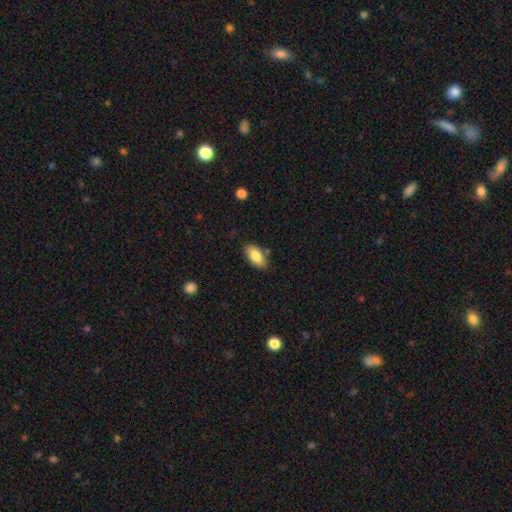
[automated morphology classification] A smooth galaxy with no disk features (83%) that is in between round and cigar-shaped (92%).

Vote fractions:
- Smooth or featured? smooth: 83% / featured or disk: 10% / star or artifact: 7%
- How rounded? in between: 92% / cigar-shaped: 5% / round: 3%
- Merging? none: 79% / minor disturbance: 14% / merger: 4% / major disturbance: 3%